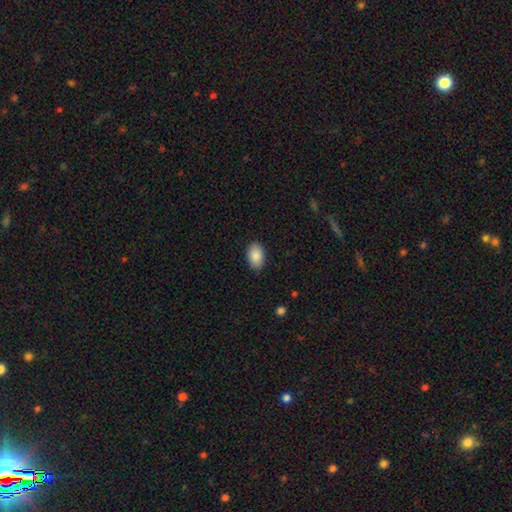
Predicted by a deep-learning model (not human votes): A smooth galaxy with no disk features (88%) that is in between round and cigar-shaped (92%). Merging: none (88%).